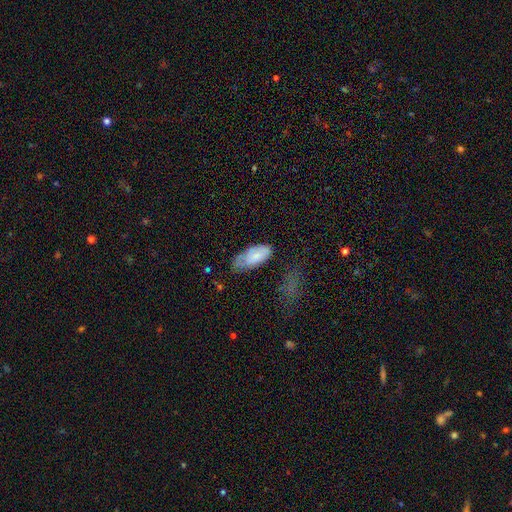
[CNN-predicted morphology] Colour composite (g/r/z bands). It shows a smooth galaxy with no disk features (66%) that is in between round and cigar-shaped (88%). Merging: none (45%).